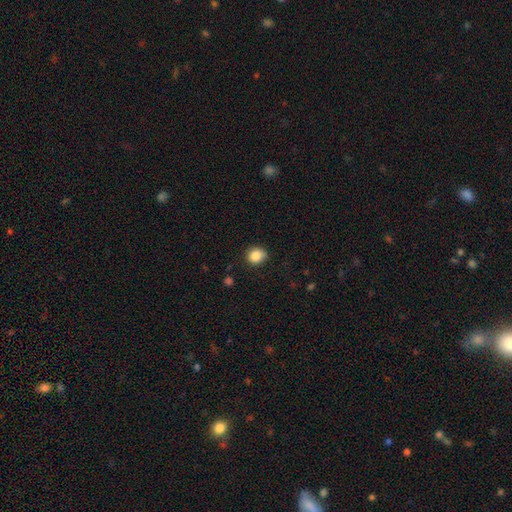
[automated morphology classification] smooth 86%, star or artifact 10%, featured or disk 4%. Down the decision tree: how rounded — round (82%); merging — none (81%).